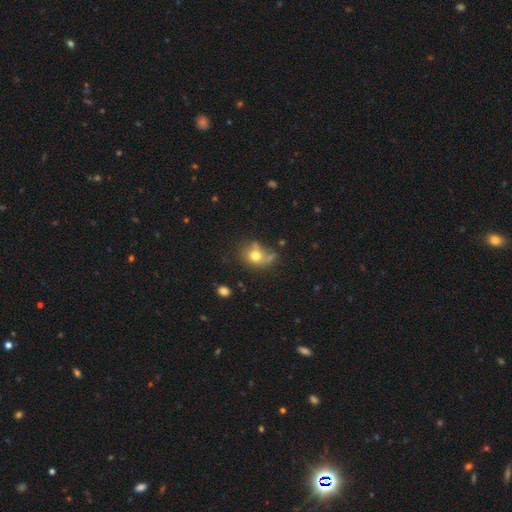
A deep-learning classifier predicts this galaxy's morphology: This is likely a smooth galaxy (68%). How rounded: possibly round (58%). Merging: marginally none (44%).